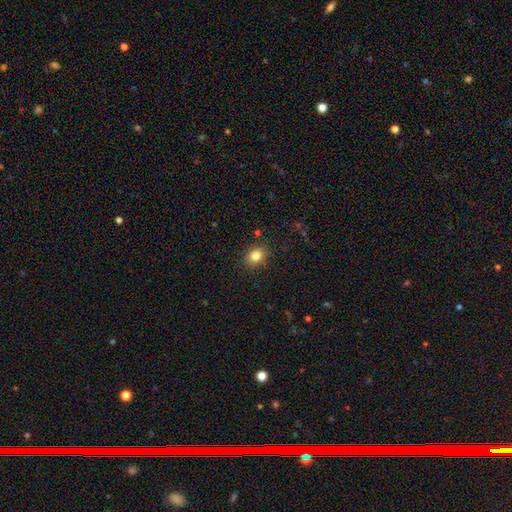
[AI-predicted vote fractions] A smooth galaxy with no disk features (82%) that is in between round and cigar-shaped (52%). Merging: none (87%).